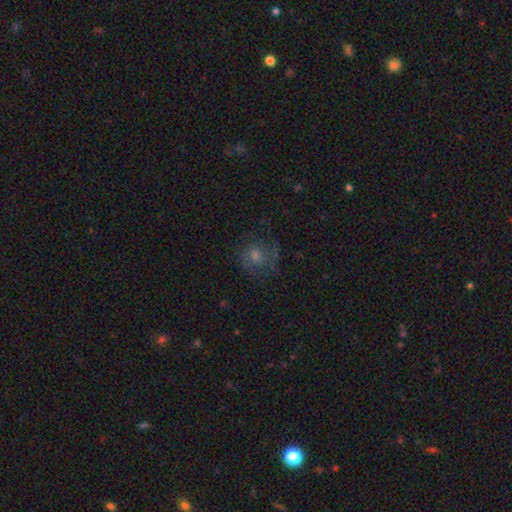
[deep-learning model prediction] This is marginally a smooth galaxy (40%). Merging: likely none (67%).